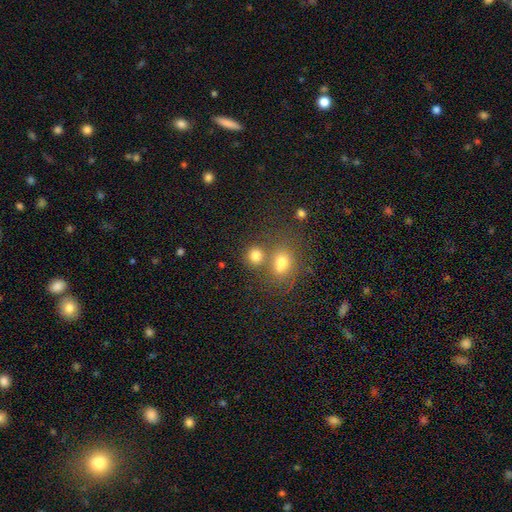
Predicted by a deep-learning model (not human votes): A smooth galaxy with no disk features (78%) that is round (79%).

Vote fractions:
- Smooth or featured? smooth: 78% / star or artifact: 14% / featured or disk: 8%
- How rounded? round: 79% / in between: 20% / cigar-shaped: 1%
- Merging? none: 57% / merger: 30% / minor disturbance: 9% / major disturbance: 4%